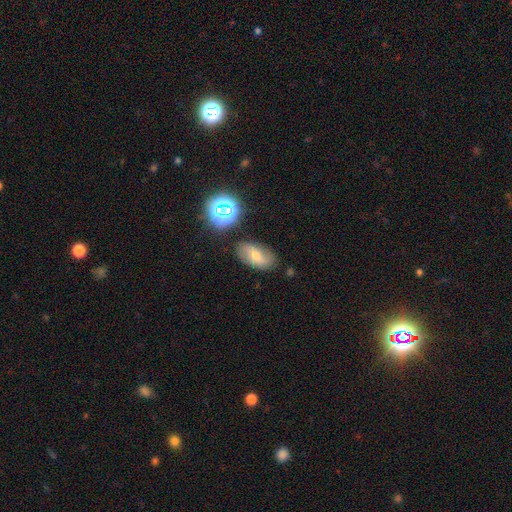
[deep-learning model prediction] The model was most divided on "smooth or featured": smooth: 46%, featured or disk: 41%, star or artifact: 13%. More confident: merging — none (77%).